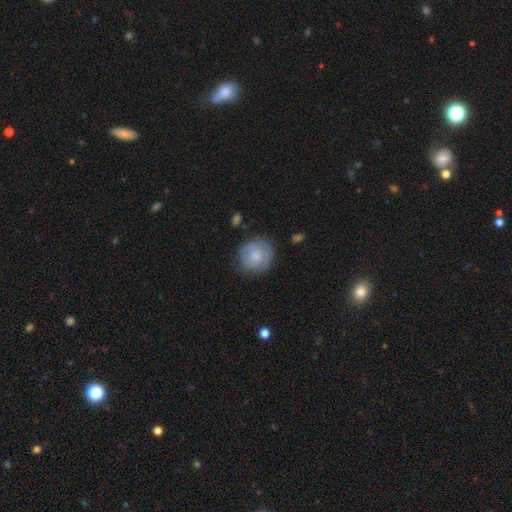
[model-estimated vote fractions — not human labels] smooth 63%, featured or disk 31%, star or artifact 6%. Down the decision tree: how rounded — round (89%); merging — none (75%).